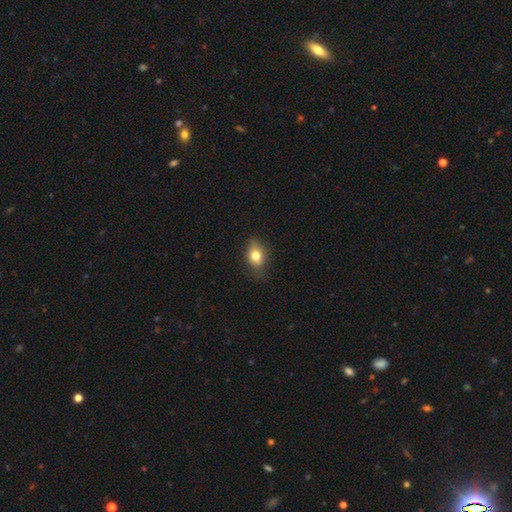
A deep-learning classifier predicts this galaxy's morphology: Smooth or featured? Predicted: smooth (p=0.77). How rounded? Predicted: in between (p=0.65). Merging? Predicted: none (p=0.72).